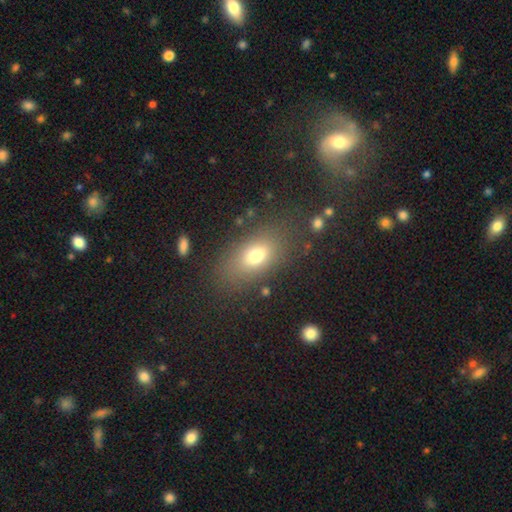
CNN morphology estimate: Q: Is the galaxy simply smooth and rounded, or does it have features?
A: smooth — 73%.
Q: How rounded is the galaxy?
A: in between — 82%.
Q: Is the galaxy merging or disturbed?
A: none — 79%.